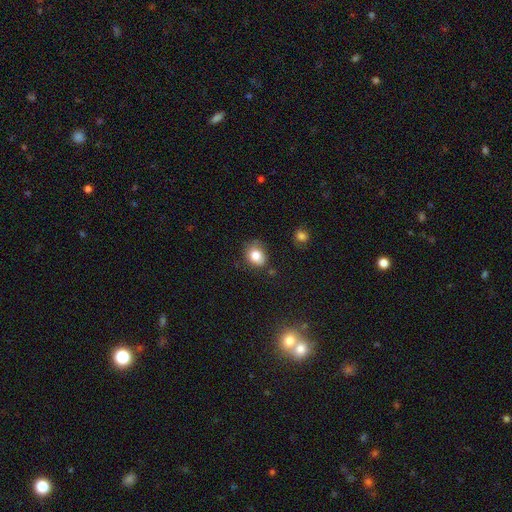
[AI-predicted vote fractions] The model was most divided on "how rounded": round: 53%, in between: 46%, cigar-shaped: 1%. More confident: smooth or featured — smooth (81%); merging — none (62%).